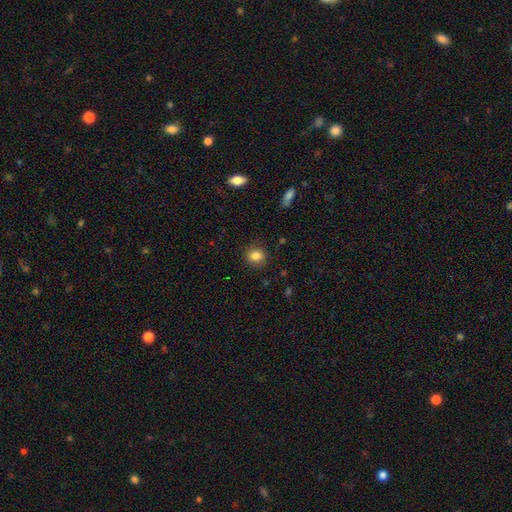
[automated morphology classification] smooth_or_featured: smooth (p=0.84) [alt: star or artifact p=0.10]
how_rounded: round (p=0.79) [alt: in between p=0.20]
merging: none (p=0.88) [alt: minor disturbance p=0.08]